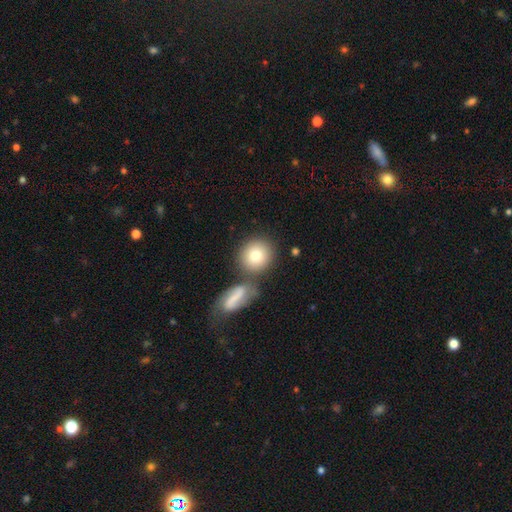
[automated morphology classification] Overall: smooth (79%). How rounded: round (84%). Merging: none (63%; merger 24%).